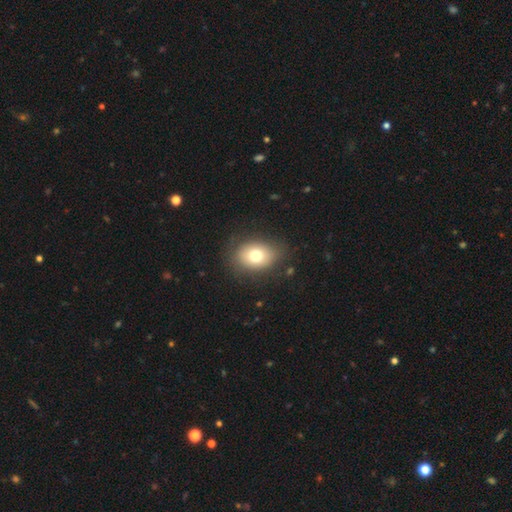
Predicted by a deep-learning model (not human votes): The model was most divided on "how rounded": in between: 68%, round: 31%, cigar-shaped: 1%. More confident: merging — none (80%); smooth or featured — smooth (74%).